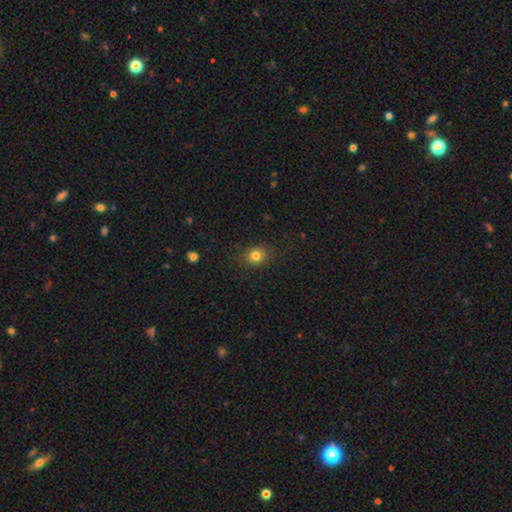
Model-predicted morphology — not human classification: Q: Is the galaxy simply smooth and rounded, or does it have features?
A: smooth — 82%.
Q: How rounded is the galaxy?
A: round — 64%.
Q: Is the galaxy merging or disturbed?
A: none — 85%.